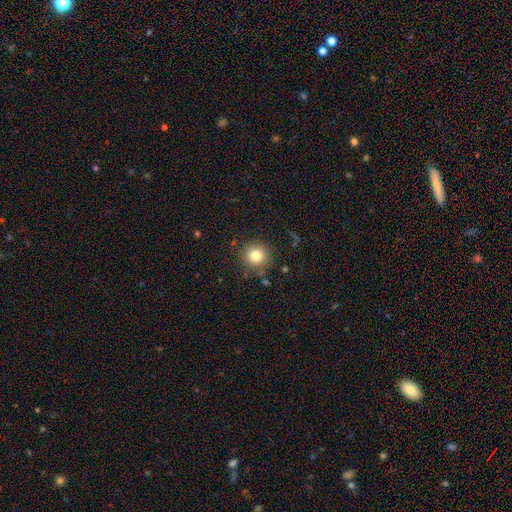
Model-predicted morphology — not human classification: Smooth or featured? Predicted: smooth (p=0.81). How rounded? Predicted: round (p=0.93). Merging? Predicted: none (p=0.84).